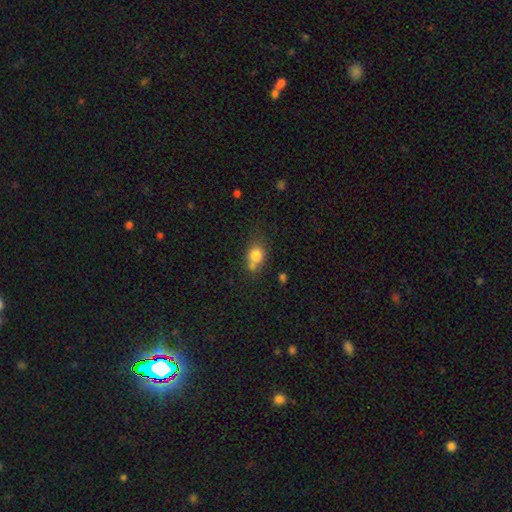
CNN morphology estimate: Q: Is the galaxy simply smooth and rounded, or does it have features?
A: smooth — 79%.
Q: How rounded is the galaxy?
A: round — 56%.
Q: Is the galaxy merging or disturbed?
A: none — 48%.